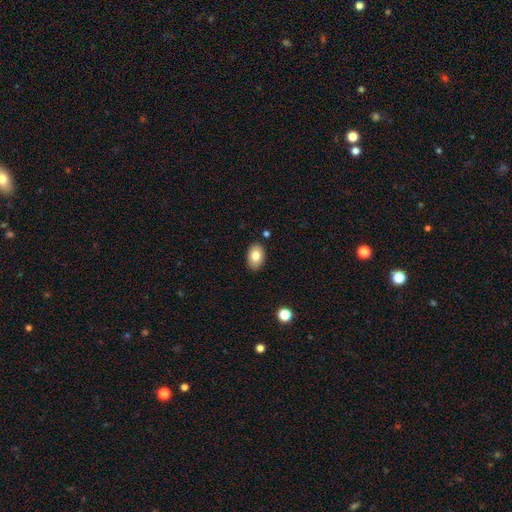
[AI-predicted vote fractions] Smooth or featured? Predicted: smooth (p=0.82). How rounded? Predicted: in between (p=0.88). Merging? Predicted: none (p=0.87).